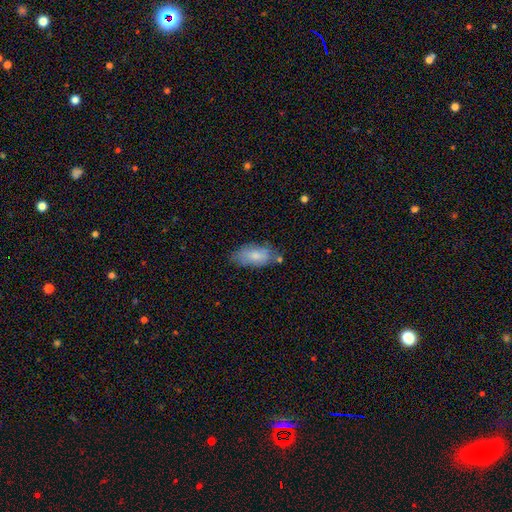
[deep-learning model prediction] Overall: smooth (76%). How rounded: in between (91%). Merging: none (66%).